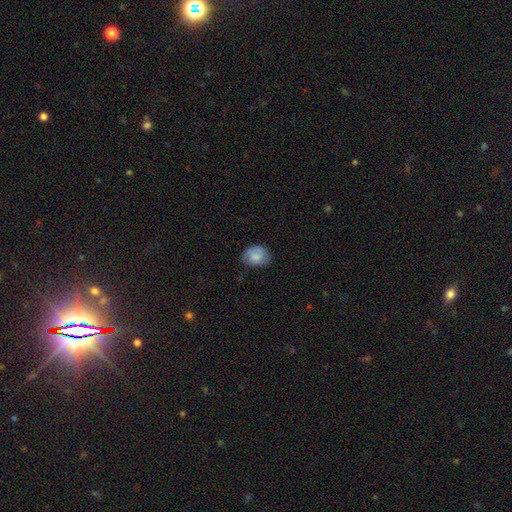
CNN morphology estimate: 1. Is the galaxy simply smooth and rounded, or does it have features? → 78% smooth, 14% featured or disk, 8% star or artifact.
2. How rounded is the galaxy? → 53% in between, 46% round, 1% cigar-shaped.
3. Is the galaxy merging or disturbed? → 63% none, 29% minor disturbance, 7% major disturbance, 2% merger.